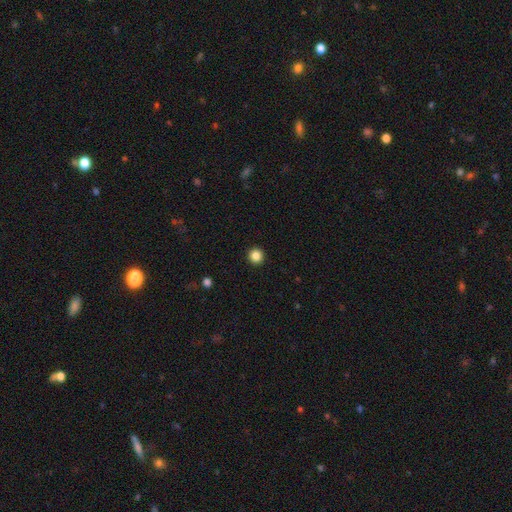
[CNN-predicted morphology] smooth-or-featured: smooth: 86% | star or artifact: 11% | featured or disk: 4%
  how-rounded: round: 96% | in between: 3% | cigar-shaped: 1%
  merging: none: 94% | minor disturbance: 4% | major disturbance: 1% | merger: 1%